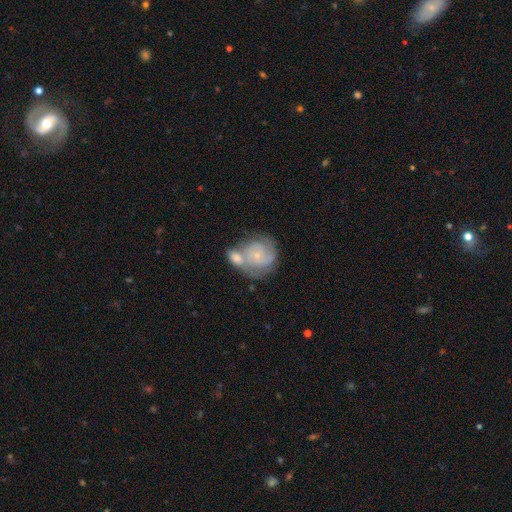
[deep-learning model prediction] featured or disk 64%, smooth 28%, star or artifact 7%. Down the decision tree: edge-on disk — no (98%); bar — no (78%); spiral arms — yes (85%); spiral arm count — 2 (37%); spiral winding — tight (57%); bulge size — small (75%); merging — merger (47%).